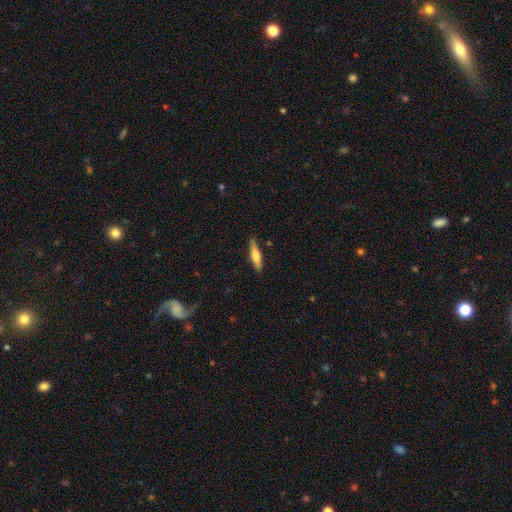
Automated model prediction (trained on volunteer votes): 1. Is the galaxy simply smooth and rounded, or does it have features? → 61% smooth, 33% featured or disk, 6% star or artifact.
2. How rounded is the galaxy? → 78% cigar-shaped, 21% in between, 2% round.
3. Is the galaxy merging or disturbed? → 83% none, 13% minor disturbance, 2% major disturbance, 2% merger.